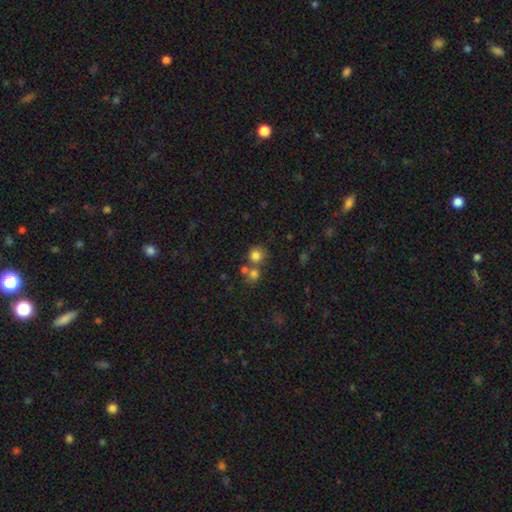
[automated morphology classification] This appears to be a smooth galaxy with no disk features (78%) that is round (90%). Merging: none (62%).